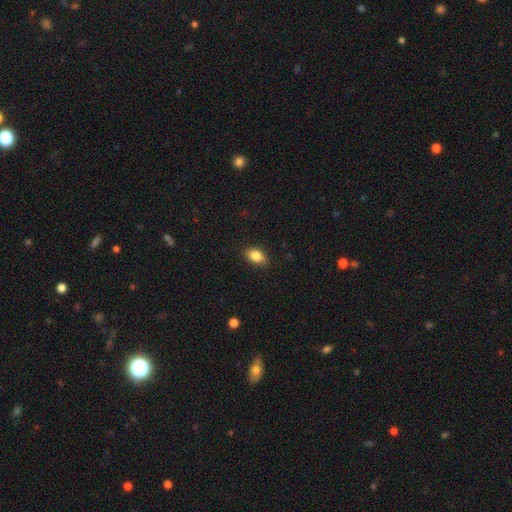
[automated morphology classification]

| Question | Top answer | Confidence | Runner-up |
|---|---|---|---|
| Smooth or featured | smooth | 85% | star or artifact (8%) |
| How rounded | in between | 87% | round (11%) |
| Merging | none | 87% | minor disturbance (10%) |